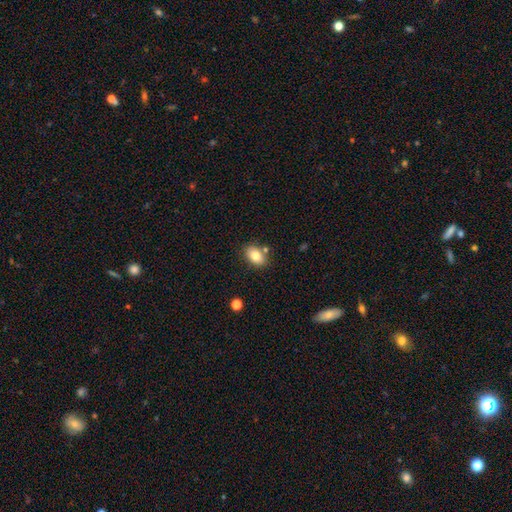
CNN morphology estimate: smooth-or-featured: smooth: 82% | featured or disk: 10% | star or artifact: 8%
  how-rounded: in between: 86% | round: 13% | cigar-shaped: 1%
  merging: none: 78% | minor disturbance: 12% | merger: 7% | major disturbance: 3%